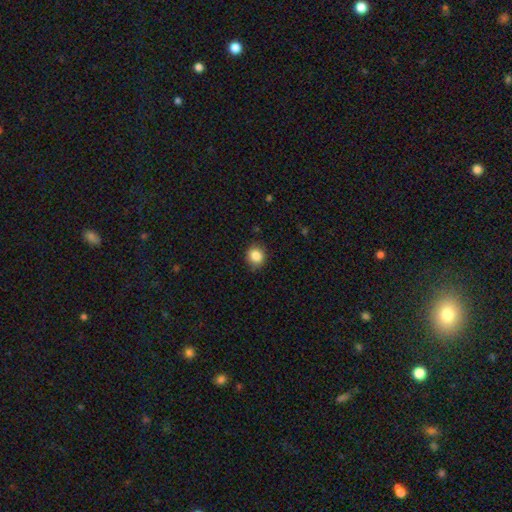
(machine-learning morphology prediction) Smooth or featured?
  - smooth: 86% *
  - star or artifact: 10%
  - featured or disk: 5%
How rounded?
  - round: 75% *
  - in between: 24%
  - cigar-shaped: 1%
Merging?
  - none: 85% *
  - minor disturbance: 12%
  - major disturbance: 3%
  - merger: 1%